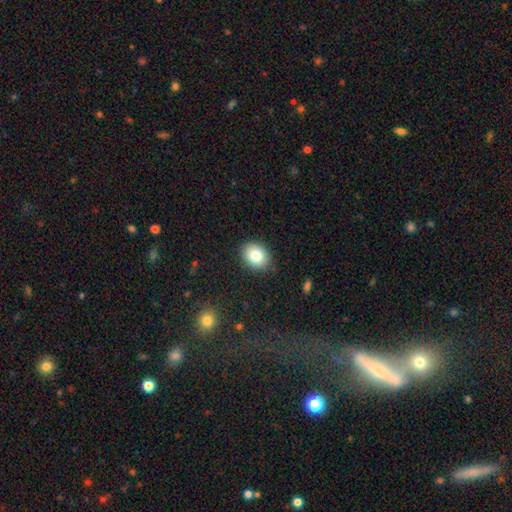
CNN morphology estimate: Overall: smooth (81%). How rounded: in between (50%; round 49%). Merging: none (88%).